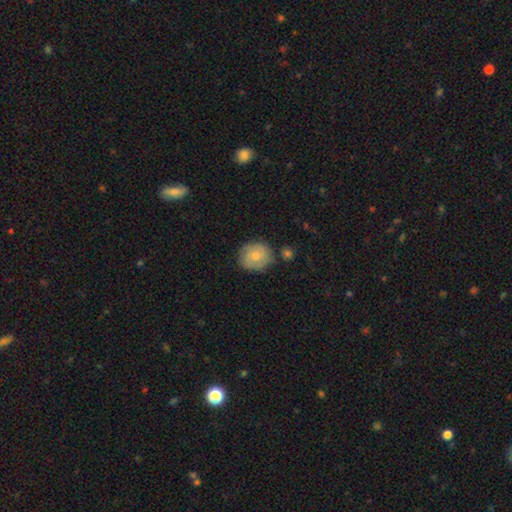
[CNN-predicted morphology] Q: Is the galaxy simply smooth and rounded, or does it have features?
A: smooth — 64%.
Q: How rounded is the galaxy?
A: round — 80%.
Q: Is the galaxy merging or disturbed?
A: none — 75%.